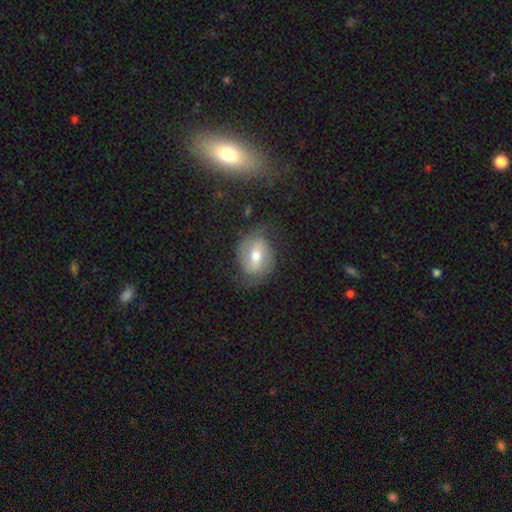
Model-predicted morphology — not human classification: Smooth or featured: featured or disk — 61% (smooth — 31%)
Edge-on disk: no — 95% (yes — 5%)
Bar: weak — 42% (strong — 33%)
Spiral arms: yes — 79% (no — 21%)
Bulge size: moderate — 71% (small — 20%)
Merging: none — 67% (minor disturbance — 20%)